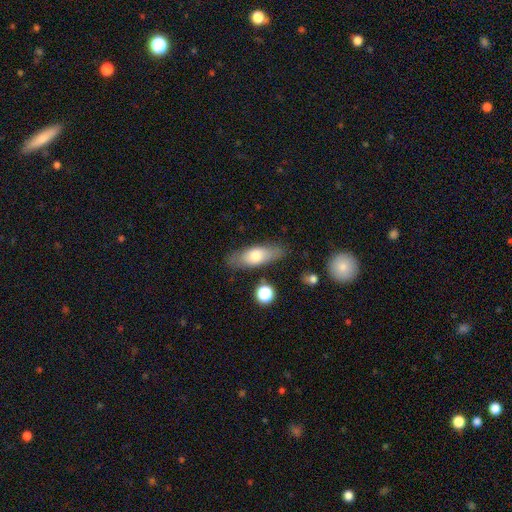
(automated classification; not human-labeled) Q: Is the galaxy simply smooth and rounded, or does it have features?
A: smooth — 66%.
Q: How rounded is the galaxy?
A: in between — 64%.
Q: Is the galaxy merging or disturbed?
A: none — 80%.